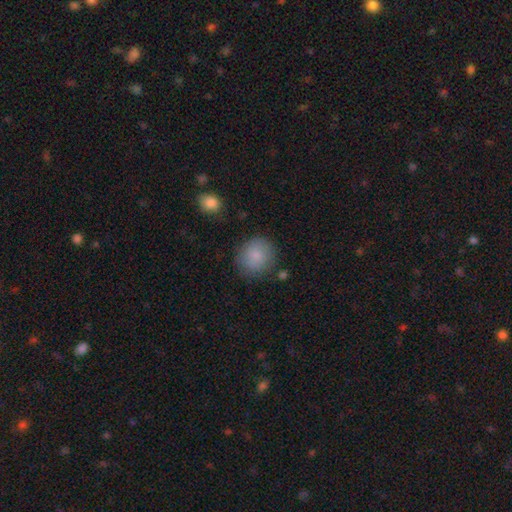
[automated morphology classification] Smooth or featured?
  - smooth: 85% *
  - featured or disk: 8%
  - star or artifact: 7%
How rounded?
  - round: 85% *
  - in between: 14%
  - cigar-shaped: 1%
Merging?
  - none: 79% *
  - minor disturbance: 14%
  - major disturbance: 4%
  - merger: 3%